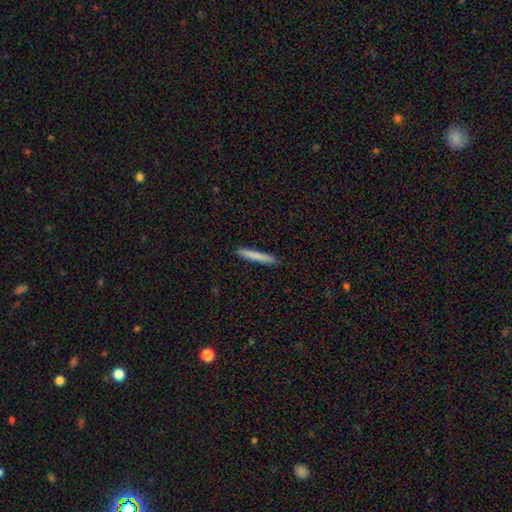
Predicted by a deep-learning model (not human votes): smooth-or-featured: smooth: 80% | featured or disk: 14% | star or artifact: 6%
  how-rounded: cigar-shaped: 96% | in between: 3% | round: 1%
  merging: none: 90% | minor disturbance: 7% | major disturbance: 1% | merger: 1%